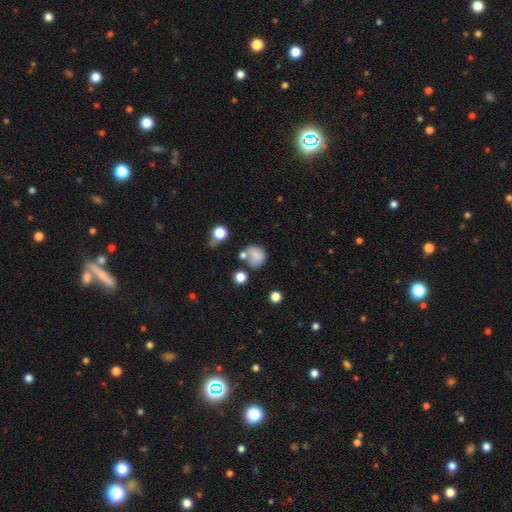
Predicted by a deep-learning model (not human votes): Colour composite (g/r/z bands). It shows a smooth galaxy with no disk features (73%) that is round (75%). Merging: none (45%).